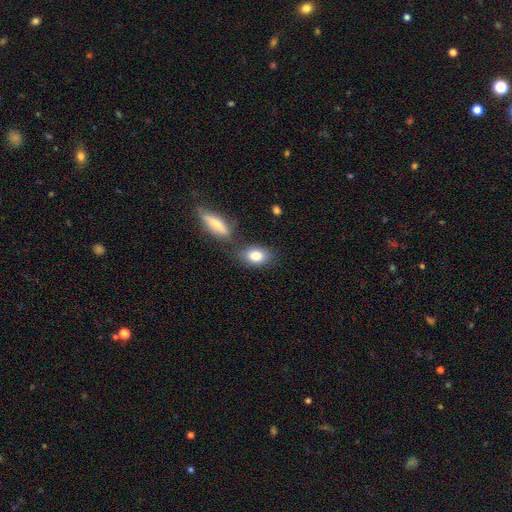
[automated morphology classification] Smooth or featured? smooth (81%)
How rounded? in between (75%)
Merging? none (66%)